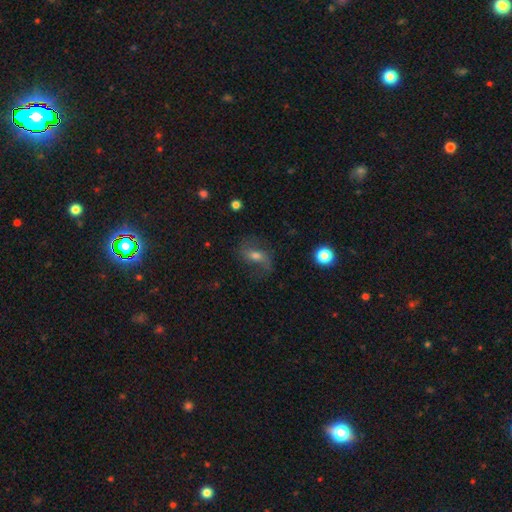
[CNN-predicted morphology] Smooth or featured?
  - featured or disk: 62% *
  - smooth: 26%
  - star or artifact: 12%
Edge-on disk?
  - no: 93% *
  - yes: 7%
Bar?
  - weak: 43% *
  - no: 34%
  - strong: 22%
Spiral arms?
  - yes: 89% *
  - no: 11%
Spiral winding?
  - loose: 65% *
  - medium: 27%
  - tight: 7%
Spiral arm count?
  - 2: 86% *
  - 1: 6%
  - can't tell: 5%
  - 3: 1%
  - 4: 1%
  - more than 4: 1%
Bulge size?
  - moderate: 57% *
  - small: 28%
  - large: 9%
  - none: 4%
  - dominant: 2%
Merging?
  - none: 68% *
  - minor disturbance: 18%
  - major disturbance: 13%
  - merger: 2%